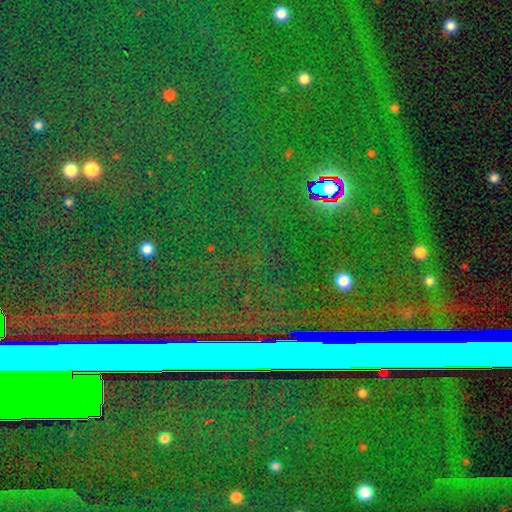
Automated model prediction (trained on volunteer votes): Q: Smooth or featured?
A: star or artifact (82%); runner-up: smooth (10%)